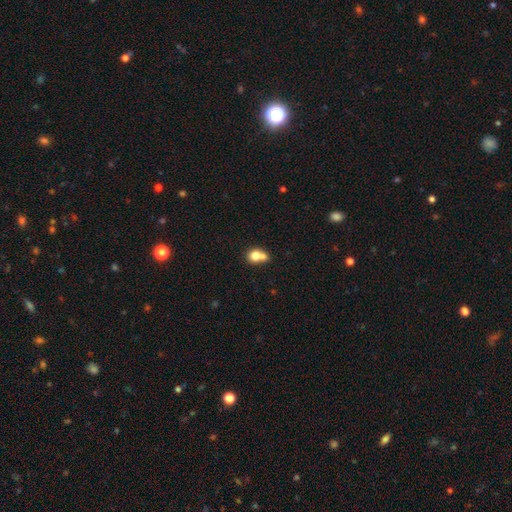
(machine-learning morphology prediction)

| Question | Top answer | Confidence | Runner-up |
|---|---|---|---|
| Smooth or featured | smooth | 74% | featured or disk (16%) |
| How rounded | round | 66% | in between (32%) |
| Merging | merger | 58% | none (30%) |